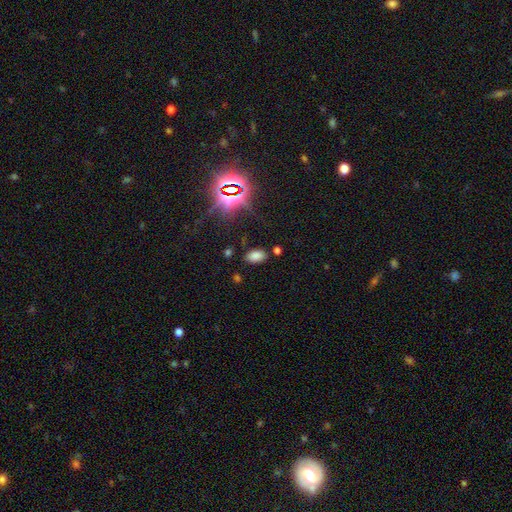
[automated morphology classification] This is likely a smooth galaxy (73%). How rounded: clearly in between (93%). Merging: clearly none (83%).